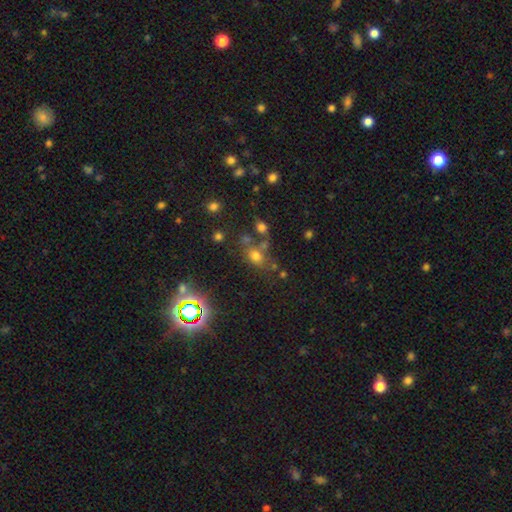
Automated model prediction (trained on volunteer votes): A smooth galaxy with no disk features (65%) that is round (50%). Merging: none (56%).